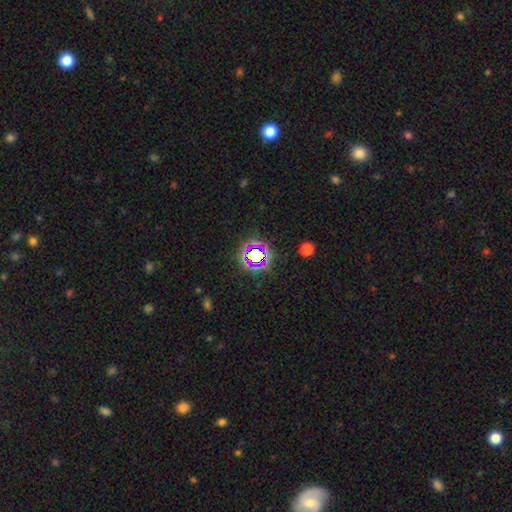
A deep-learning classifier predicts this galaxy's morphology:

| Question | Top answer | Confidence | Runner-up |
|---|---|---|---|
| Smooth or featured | star or artifact | 67% | smooth (22%) |